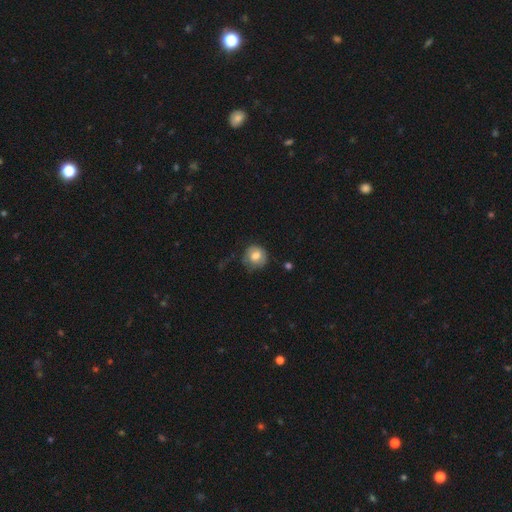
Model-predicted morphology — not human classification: Smooth or featured: smooth — 74% (featured or disk — 18%)
How rounded: round — 86% (in between — 13%)
Merging: none — 65% (minor disturbance — 24%)